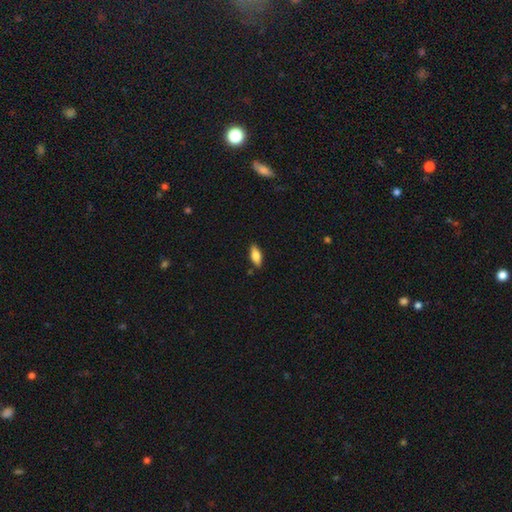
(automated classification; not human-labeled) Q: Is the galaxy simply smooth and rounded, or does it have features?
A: smooth — 77%.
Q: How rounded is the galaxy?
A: in between — 78%.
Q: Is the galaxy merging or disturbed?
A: none — 86%.